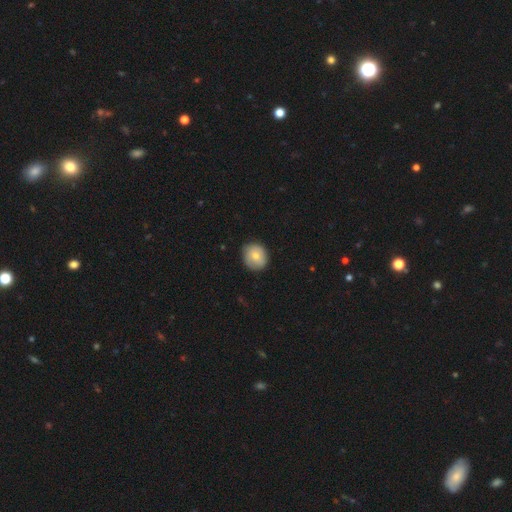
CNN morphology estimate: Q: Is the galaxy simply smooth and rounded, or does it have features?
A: smooth — 70%.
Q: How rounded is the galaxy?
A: round — 85%.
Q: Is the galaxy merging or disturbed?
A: none — 82%.